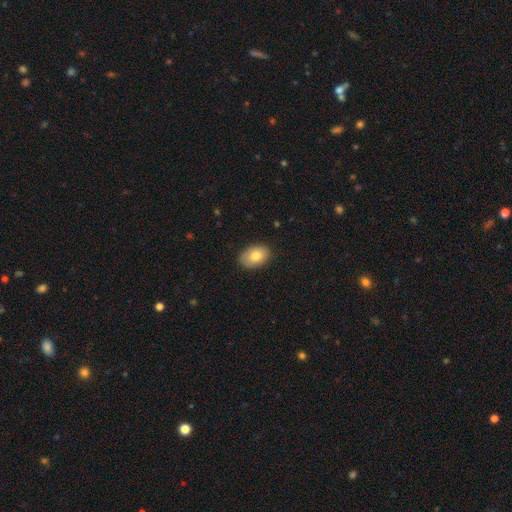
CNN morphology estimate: Overall: smooth (80%). How rounded: in between (83%). Merging: none (85%).